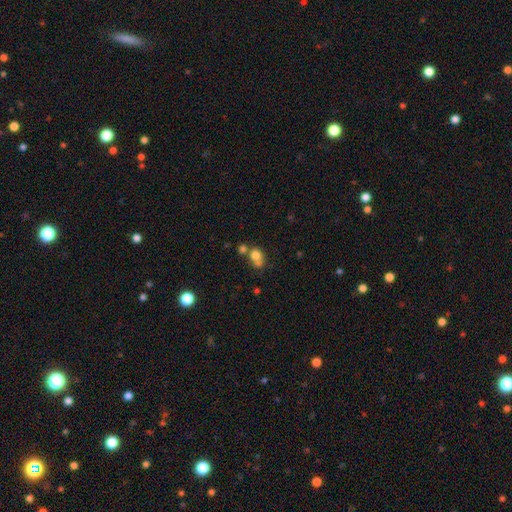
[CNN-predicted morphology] Smooth or featured? smooth (75%)
How rounded? round (70%)
Merging? merger (44%)